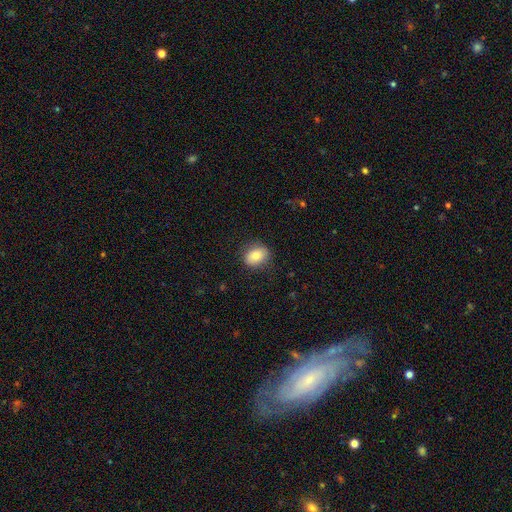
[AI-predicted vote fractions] Overall: smooth (82%). How rounded: in between (63%; round 36%). Merging: none (82%).